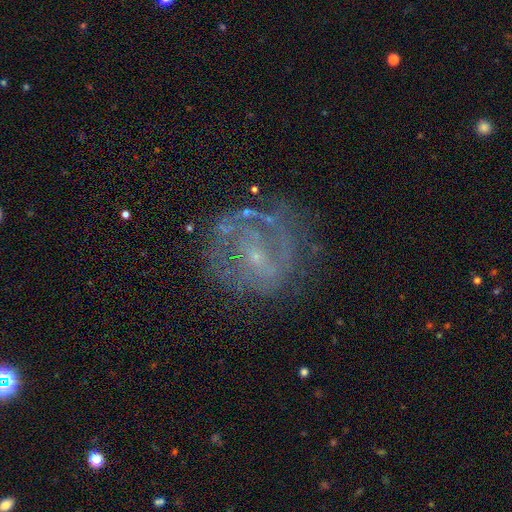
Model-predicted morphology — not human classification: Smooth or featured? featured or disk (66%)
Edge-on disk? no (97%)
Bar? no (51%)
Spiral arms? yes (60%)
Bulge size? small (77%)
Merging? none (68%)